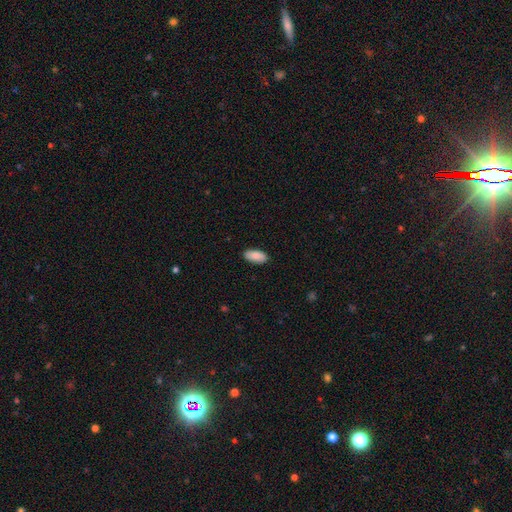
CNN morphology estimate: Smooth or featured: smooth — 89% (star or artifact — 6%)
How rounded: in between — 91% (cigar-shaped — 7%)
Merging: none — 89% (minor disturbance — 8%)